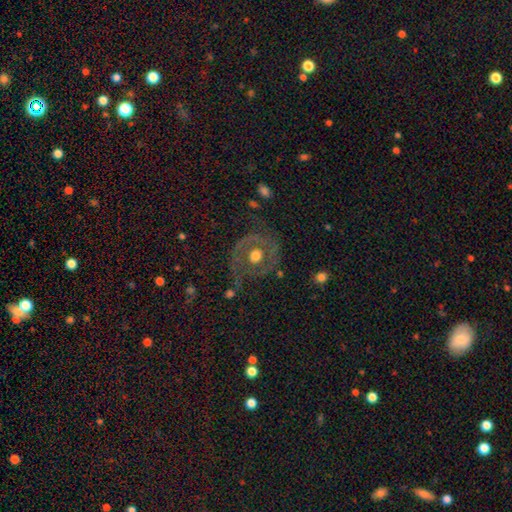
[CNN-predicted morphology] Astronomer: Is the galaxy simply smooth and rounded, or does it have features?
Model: featured or disk — 62%.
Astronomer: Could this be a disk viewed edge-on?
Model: no — 96%.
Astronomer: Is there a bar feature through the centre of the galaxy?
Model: no — 87%.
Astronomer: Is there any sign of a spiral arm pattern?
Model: no — 58% (runner-up: yes, 42%).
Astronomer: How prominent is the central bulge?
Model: moderate — 64%.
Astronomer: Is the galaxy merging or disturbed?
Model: none — 65%.